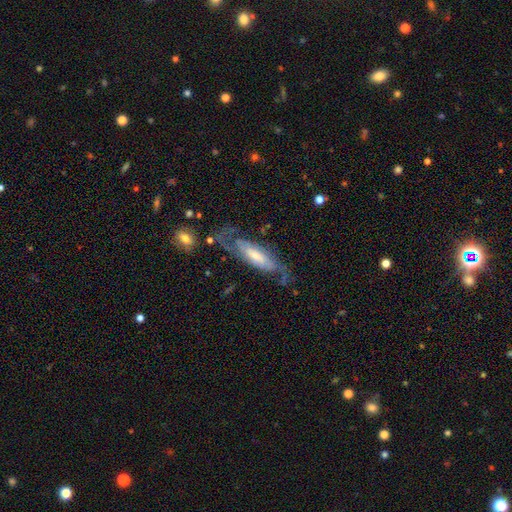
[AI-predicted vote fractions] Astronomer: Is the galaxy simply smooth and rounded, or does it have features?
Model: featured or disk — 73%.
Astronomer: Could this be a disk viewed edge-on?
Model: no — 80%.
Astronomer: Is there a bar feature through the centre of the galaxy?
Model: no — 46% (runner-up: weak, 35%).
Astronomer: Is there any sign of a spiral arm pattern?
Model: yes — 90%.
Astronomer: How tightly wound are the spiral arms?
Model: medium — 42% (runner-up: tight, 34%).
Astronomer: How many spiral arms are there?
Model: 2 — 67%.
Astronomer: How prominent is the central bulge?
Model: moderate — 40% (runner-up: small, 39%).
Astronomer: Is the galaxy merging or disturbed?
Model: none — 58%.